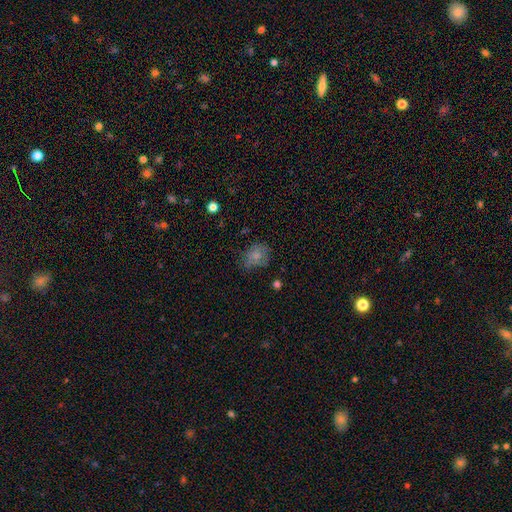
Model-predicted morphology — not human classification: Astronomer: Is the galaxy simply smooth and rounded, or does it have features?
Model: smooth — 73%.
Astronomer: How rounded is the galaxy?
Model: round — 54% (runner-up: in between, 45%).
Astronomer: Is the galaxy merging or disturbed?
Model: none — 55%.